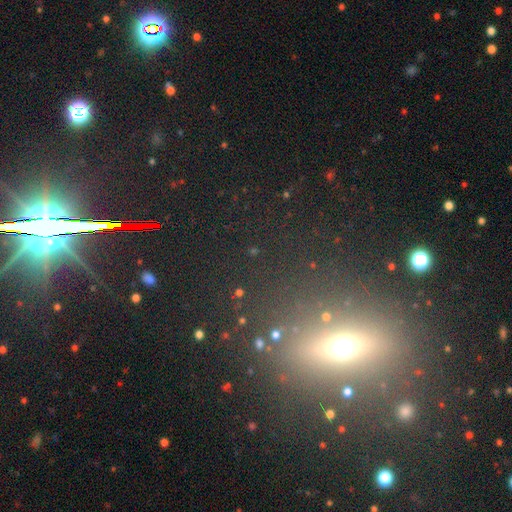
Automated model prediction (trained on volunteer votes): star or artifact 54%, smooth 25%, featured or disk 21%.